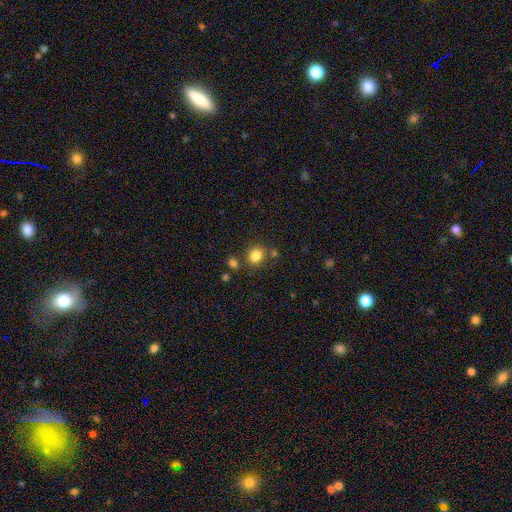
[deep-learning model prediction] Smooth or featured? smooth (84%)
How rounded? round (53%)
Merging? none (75%)